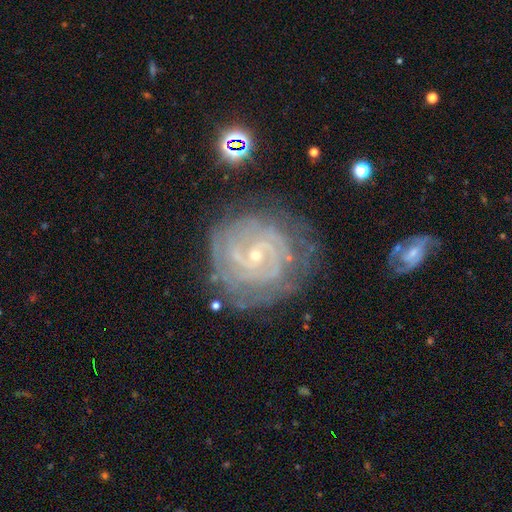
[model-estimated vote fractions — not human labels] The model was most divided on "spiral arm count": can't tell: 33%, 2: 29%, 3: 15%, 4: 11%, more than 4: 7%, 1: 6%. More confident: edge-on disk — no (97%); spiral arms — yes (95%); smooth or featured — featured or disk (85%); bulge size — small (83%); spiral winding — tight (76%); merging — none (73%); bar — no (50%).